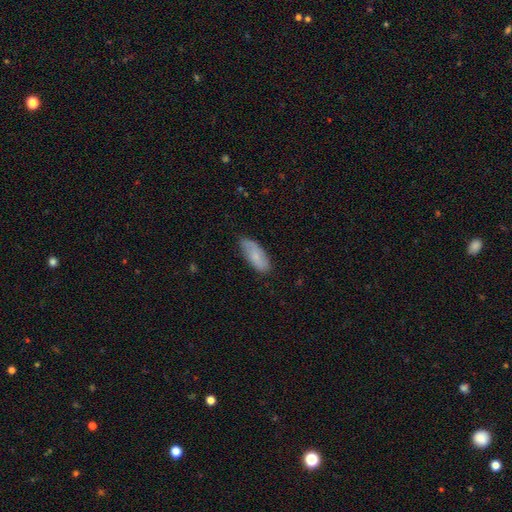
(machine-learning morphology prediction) smooth_or_featured: smooth (p=0.71) [alt: featured or disk p=0.23]
how_rounded: in between (p=0.79) [alt: cigar-shaped p=0.19]
merging: none (p=0.76) [alt: minor disturbance p=0.20]